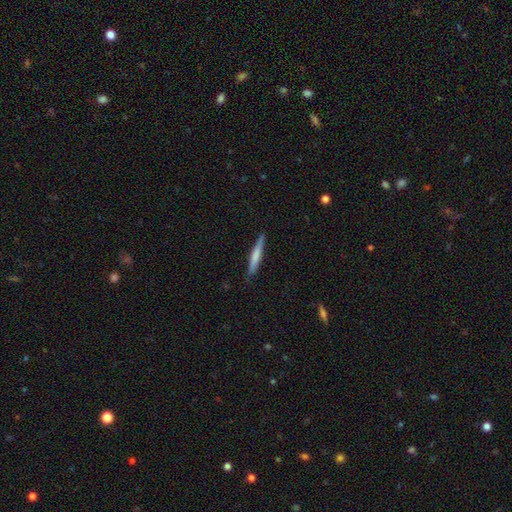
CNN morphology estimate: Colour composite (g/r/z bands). It shows a smooth galaxy with no disk features (63%) that is cigar-shaped (94%). Merging: none (85%).